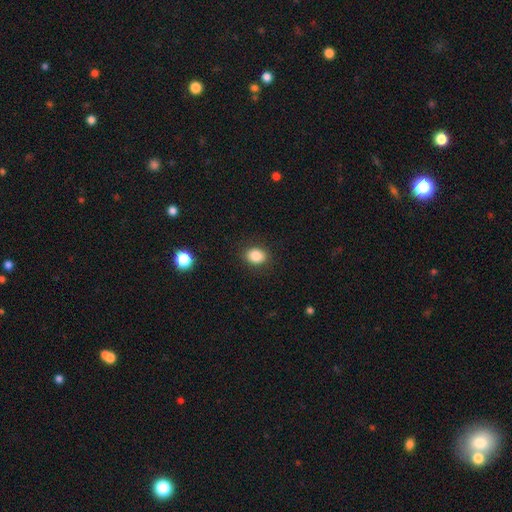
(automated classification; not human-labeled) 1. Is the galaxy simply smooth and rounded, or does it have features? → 85% smooth, 10% star or artifact, 5% featured or disk.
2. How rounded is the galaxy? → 57% in between, 42% round, 1% cigar-shaped.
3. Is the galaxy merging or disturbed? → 88% none, 8% minor disturbance, 3% major disturbance, 1% merger.